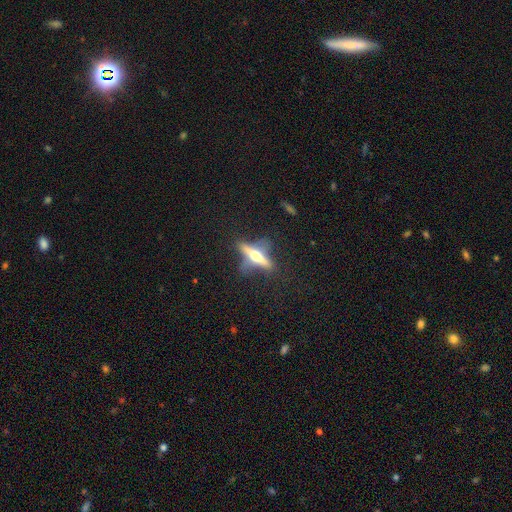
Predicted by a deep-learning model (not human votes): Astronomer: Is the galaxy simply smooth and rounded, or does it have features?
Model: featured or disk — 67%.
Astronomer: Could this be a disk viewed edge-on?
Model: yes — 91%.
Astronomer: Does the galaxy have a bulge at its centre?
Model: rounded — 94%.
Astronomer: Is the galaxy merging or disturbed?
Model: none — 62%.